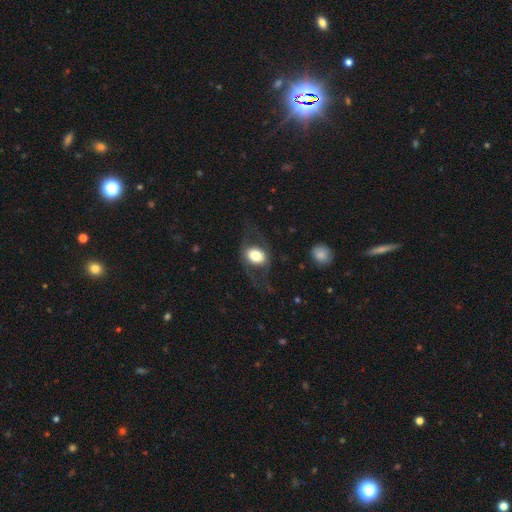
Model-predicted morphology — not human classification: The model was most divided on "smooth or featured": smooth: 61%, featured or disk: 32%, star or artifact: 7%. More confident: merging — none (65%); how rounded — in between (64%).